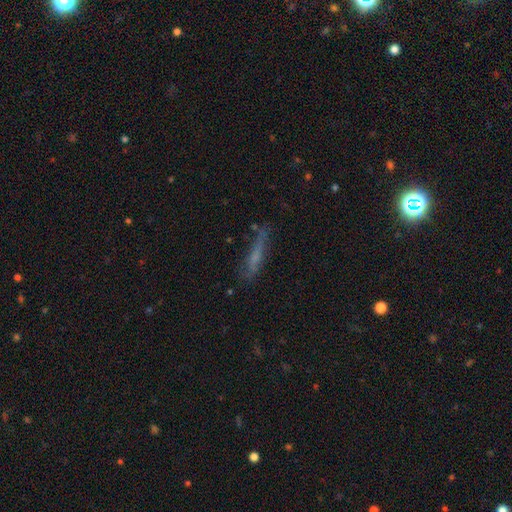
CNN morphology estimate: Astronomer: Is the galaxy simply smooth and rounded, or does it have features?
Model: smooth — 47% (runner-up: featured or disk, 40%).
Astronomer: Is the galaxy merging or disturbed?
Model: none — 66%.